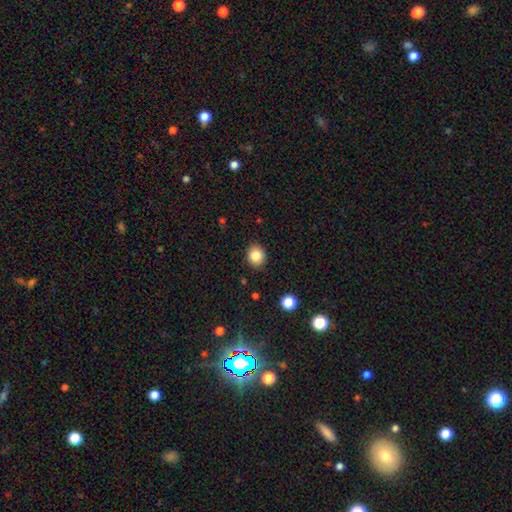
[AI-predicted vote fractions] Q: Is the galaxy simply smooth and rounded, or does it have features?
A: smooth — 84%.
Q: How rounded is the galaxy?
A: round — 77%.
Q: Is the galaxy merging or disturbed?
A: none — 89%.